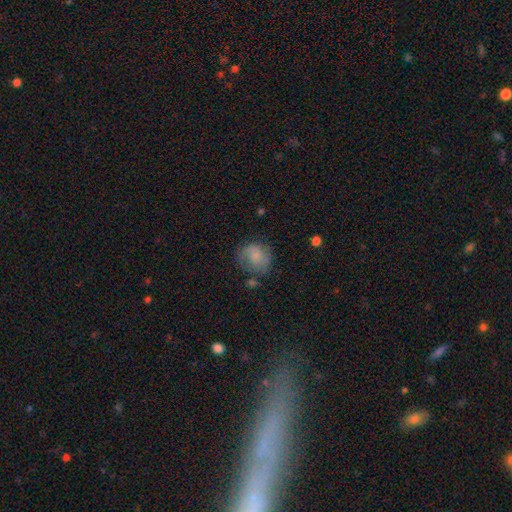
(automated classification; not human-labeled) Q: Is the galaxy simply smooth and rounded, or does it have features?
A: smooth — 66%.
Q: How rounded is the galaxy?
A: round — 74%.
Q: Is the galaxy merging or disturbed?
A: none — 57%.